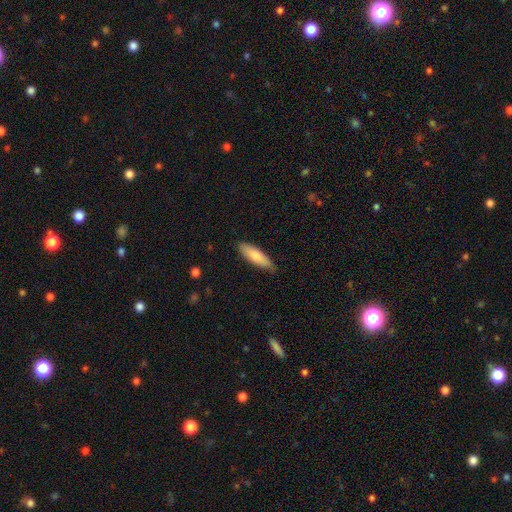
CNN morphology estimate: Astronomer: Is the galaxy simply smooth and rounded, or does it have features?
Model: smooth — 78%.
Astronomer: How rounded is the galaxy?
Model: cigar-shaped — 49%, tied with in between at 49%.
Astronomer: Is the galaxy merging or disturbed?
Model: none — 83%.